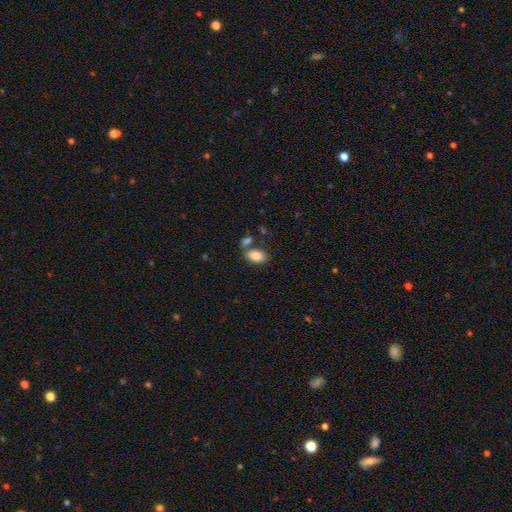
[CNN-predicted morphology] This is clearly a smooth galaxy (84%). How rounded: clearly in between (91%). Merging: possibly none (59%).